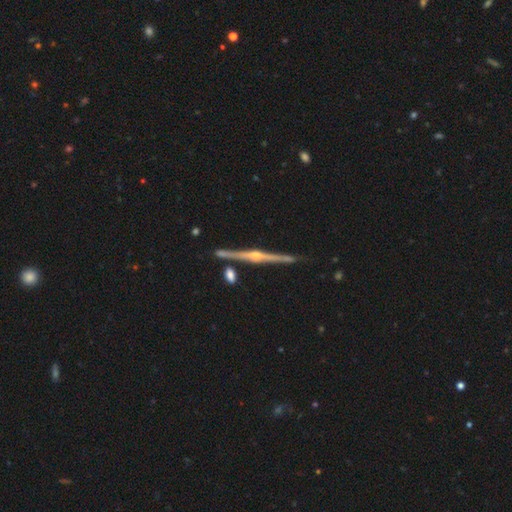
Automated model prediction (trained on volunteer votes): smooth_or_featured: featured or disk (p=0.89) [alt: smooth p=0.06]
disk_edge_on: yes (p=0.99) [alt: no p=0.01]
edge_on_bulge: rounded (p=0.89) [alt: boxy p=0.06]
merging: none (p=0.87) [alt: minor disturbance p=0.07]